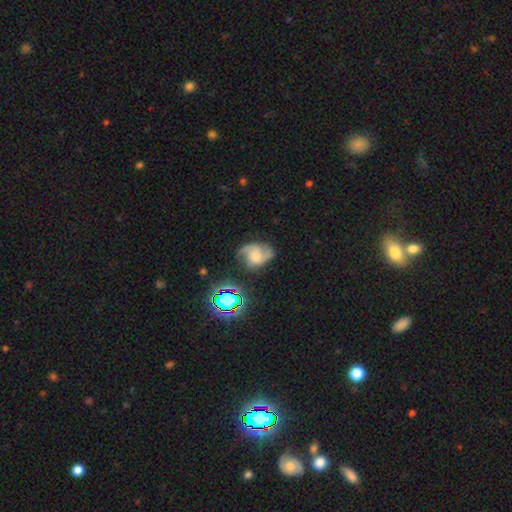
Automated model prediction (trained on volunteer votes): Smooth or featured? featured or disk (66%)
Edge-on disk? no (97%)
Bar? no (66%)
Spiral arms? yes (91%)
Spiral winding? medium (47%)
Spiral arm count? 2 (57%)
Bulge size? small (31%)
Merging? none (53%)